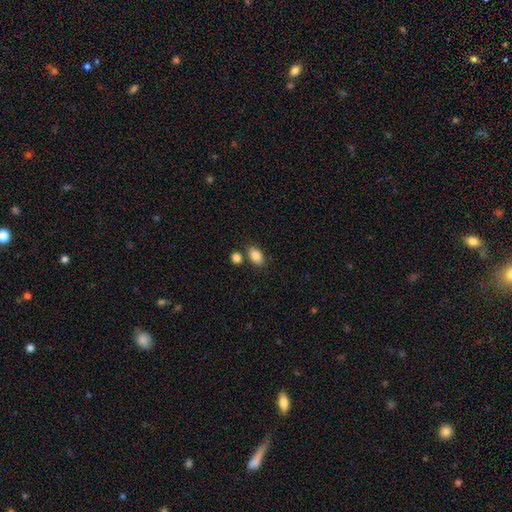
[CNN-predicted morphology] Smooth or featured?
  - smooth: 85% *
  - star or artifact: 8%
  - featured or disk: 7%
How rounded?
  - in between: 87% *
  - round: 11%
  - cigar-shaped: 2%
Merging?
  - none: 71% *
  - merger: 15%
  - minor disturbance: 11%
  - major disturbance: 3%